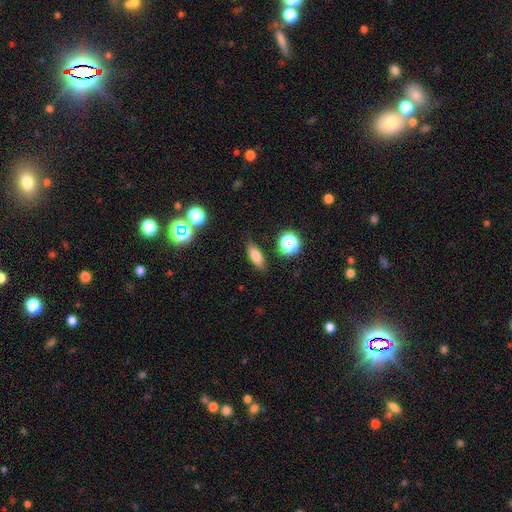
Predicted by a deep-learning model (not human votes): Overall: smooth (77%). How rounded: in between (68%). Merging: none (82%).